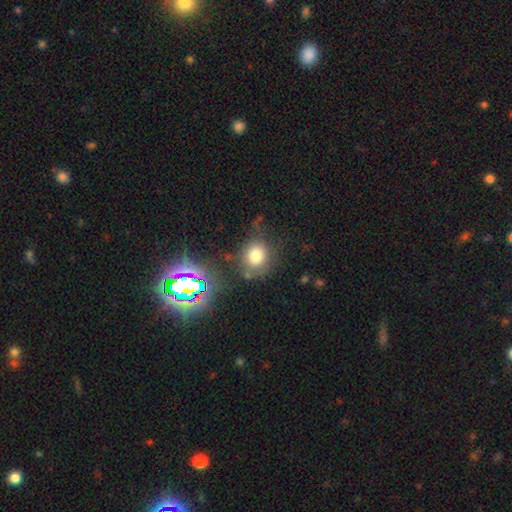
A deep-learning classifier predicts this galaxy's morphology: Smooth or featured: smooth — 75% (star or artifact — 16%)
How rounded: round — 77% (in between — 22%)
Merging: none — 70% (minor disturbance — 16%)